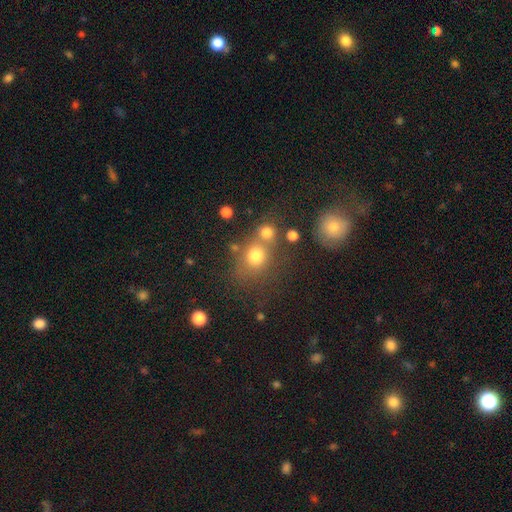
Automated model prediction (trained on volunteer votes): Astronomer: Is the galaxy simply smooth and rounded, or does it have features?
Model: smooth — 74%.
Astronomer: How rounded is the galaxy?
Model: round — 75%.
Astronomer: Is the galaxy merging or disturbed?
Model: none — 51% (runner-up: merger, 32%).